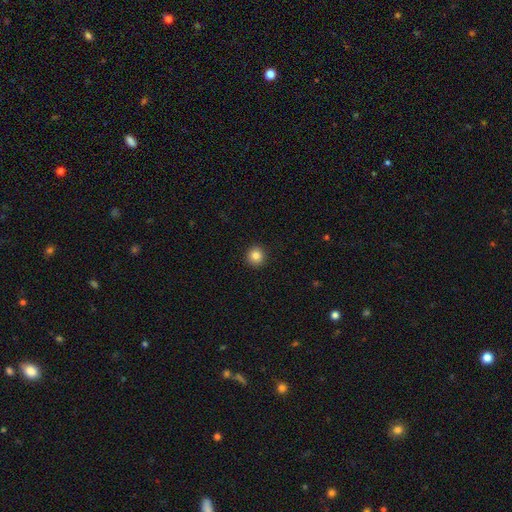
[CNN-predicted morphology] smooth-or-featured: smooth: 84% | star or artifact: 11% | featured or disk: 5%
  how-rounded: round: 95% | in between: 4% | cigar-shaped: 1%
  merging: none: 93% | minor disturbance: 4% | major disturbance: 2% | merger: 1%